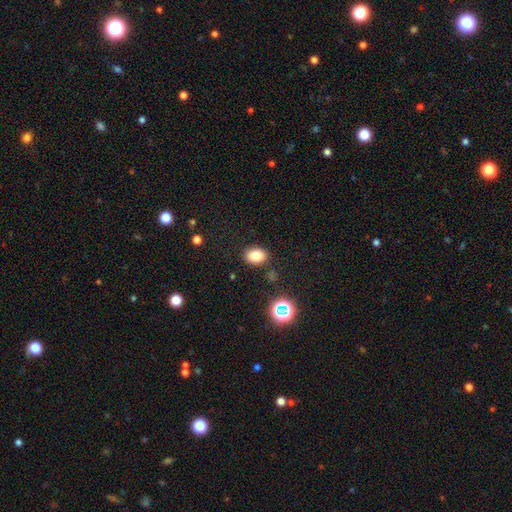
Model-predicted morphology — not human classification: smooth-or-featured: smooth: 81% | star or artifact: 12% | featured or disk: 7%
  how-rounded: in between: 72% | round: 27% | cigar-shaped: 1%
  merging: none: 85% | minor disturbance: 9% | merger: 3% | major disturbance: 3%